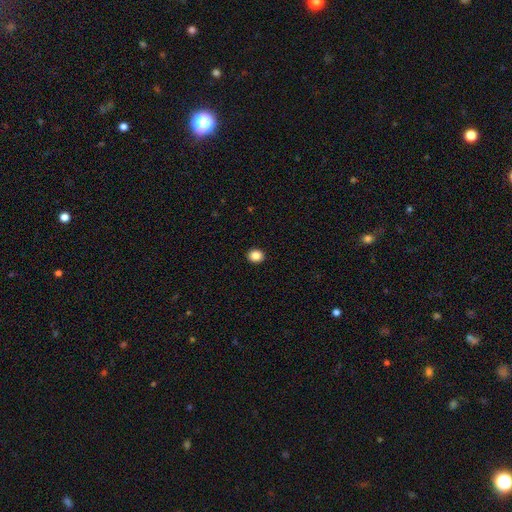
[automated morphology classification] This is clearly a smooth galaxy (87%). How rounded: likely round (68%). Merging: clearly none (92%).